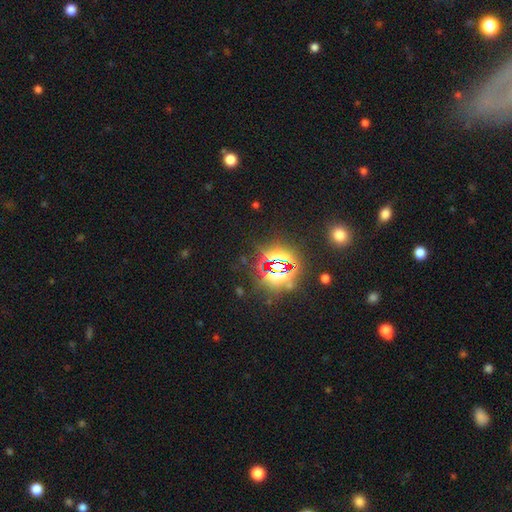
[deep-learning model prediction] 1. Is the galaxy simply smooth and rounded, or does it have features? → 79% star or artifact, 13% smooth, 8% featured or disk.